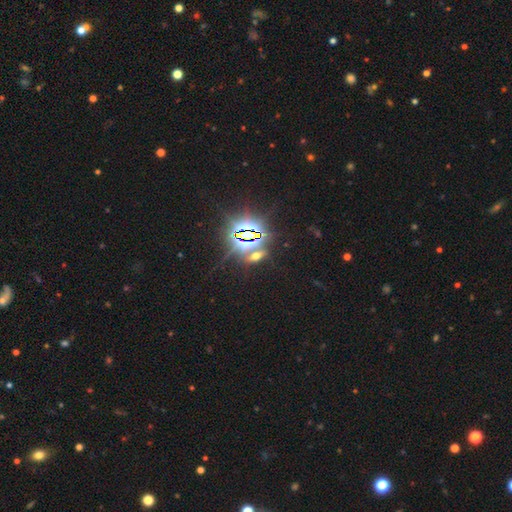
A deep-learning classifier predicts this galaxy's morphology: Overall: star or artifact (65%).